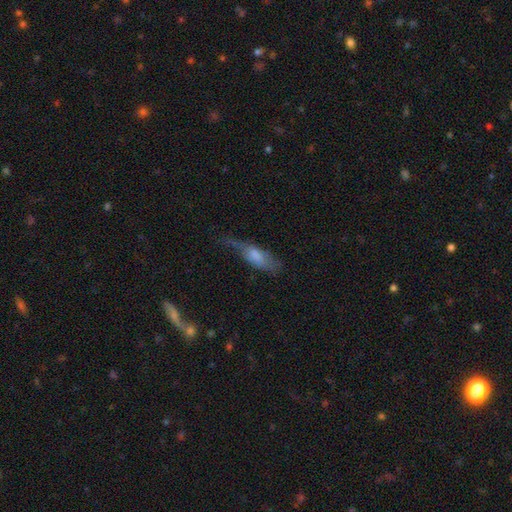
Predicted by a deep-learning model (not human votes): Overall: smooth (65%; featured or disk 28%). How rounded: in between (64%; cigar-shaped 33%). Merging: minor disturbance (34%; major disturbance 33%).